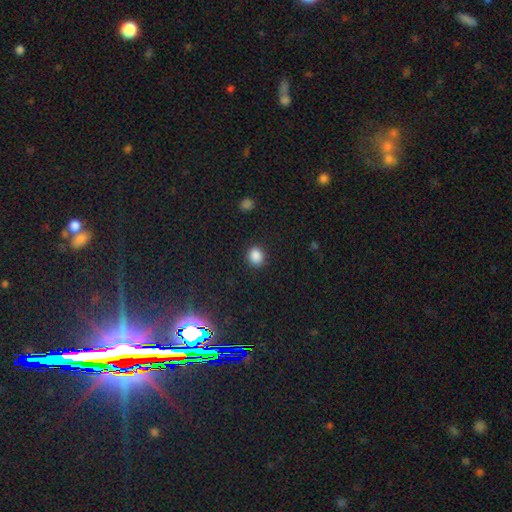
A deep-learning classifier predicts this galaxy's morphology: smooth 86%, star or artifact 11%, featured or disk 3%. Down the decision tree: how rounded — round (75%); merging — none (89%).